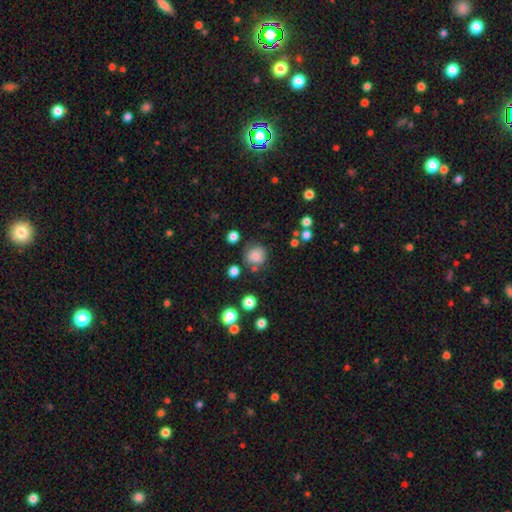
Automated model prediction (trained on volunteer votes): Morphology: type=smooth (81%); roundness=round (86%); merging=none (75%).